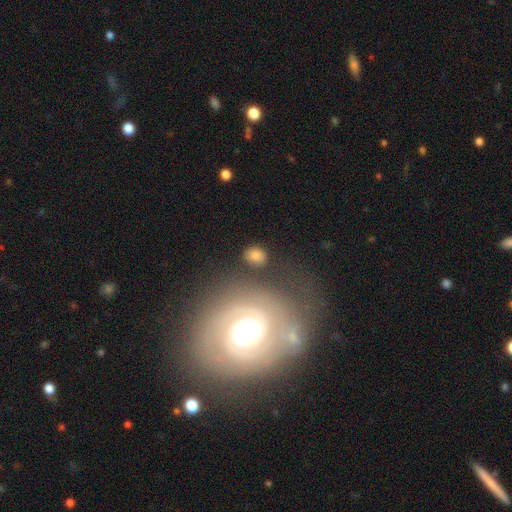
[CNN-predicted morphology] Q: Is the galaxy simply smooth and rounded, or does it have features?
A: smooth — 70%.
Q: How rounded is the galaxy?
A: round — 51%.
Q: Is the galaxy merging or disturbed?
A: none — 76%.